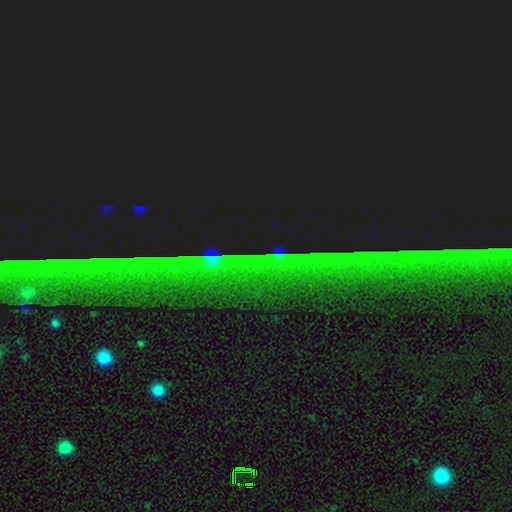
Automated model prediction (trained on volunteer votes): Smooth or featured?
  - star or artifact: 82% *
  - featured or disk: 10%
  - smooth: 8%